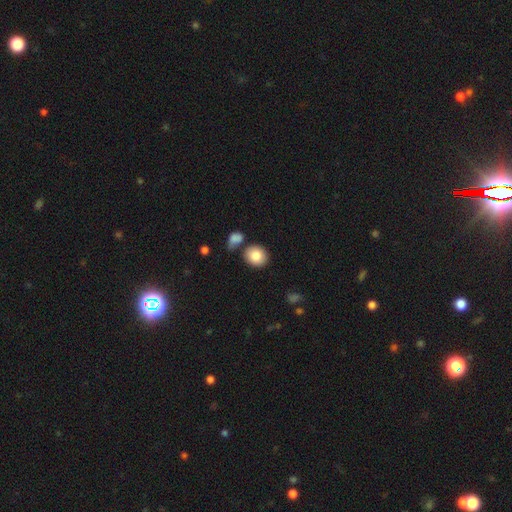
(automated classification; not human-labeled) A smooth galaxy with no disk features (85%) that is round (73%). Merging: none (71%).